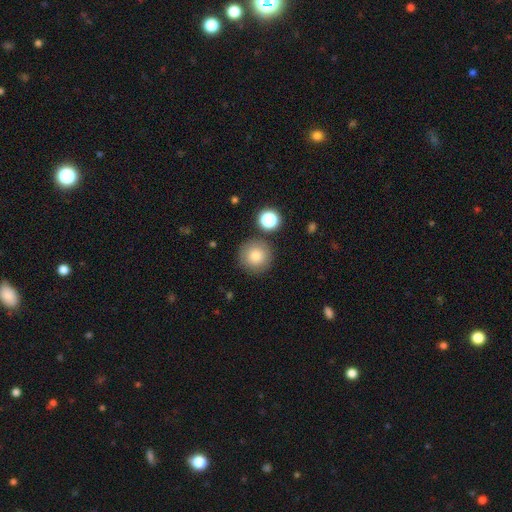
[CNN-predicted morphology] Q: Smooth or featured?
A: smooth (81%); runner-up: star or artifact (10%)
Q: How rounded?
A: round (95%); runner-up: in between (4%)
Q: Merging?
A: none (83%); runner-up: minor disturbance (8%)